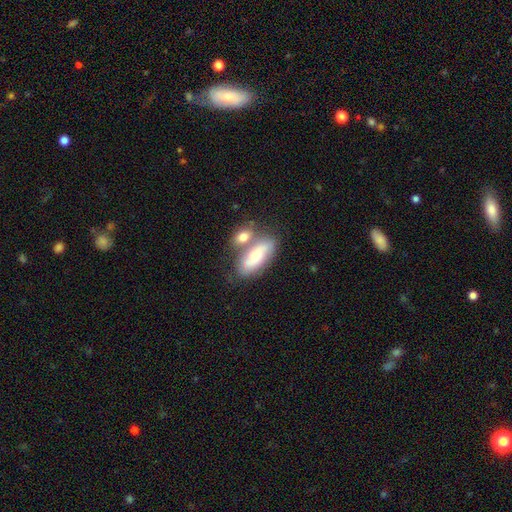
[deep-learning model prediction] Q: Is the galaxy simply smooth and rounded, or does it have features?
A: smooth — 61%.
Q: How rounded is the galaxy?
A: in between — 80%.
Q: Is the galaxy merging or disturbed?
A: none — 43%.